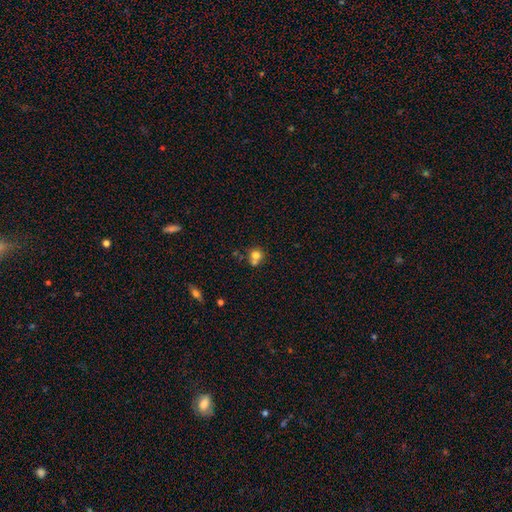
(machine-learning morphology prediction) Smooth or featured: smooth — 74% (featured or disk — 14%)
How rounded: round — 86% (in between — 13%)
Merging: none — 47% (merger — 40%)